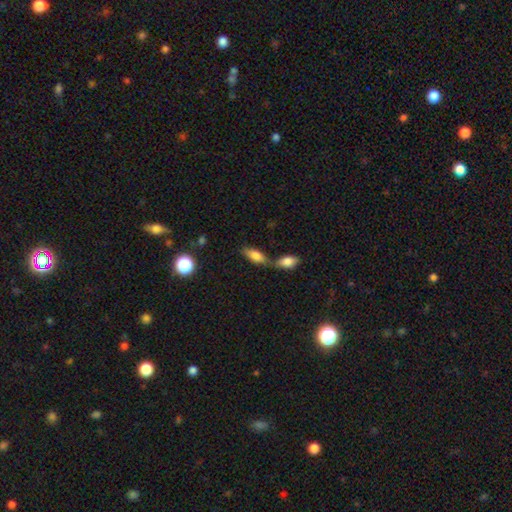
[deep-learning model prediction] Smooth or featured: smooth — 78% (featured or disk — 14%)
How rounded: in between — 80% (cigar-shaped — 16%)
Merging: merger — 49% (none — 35%)